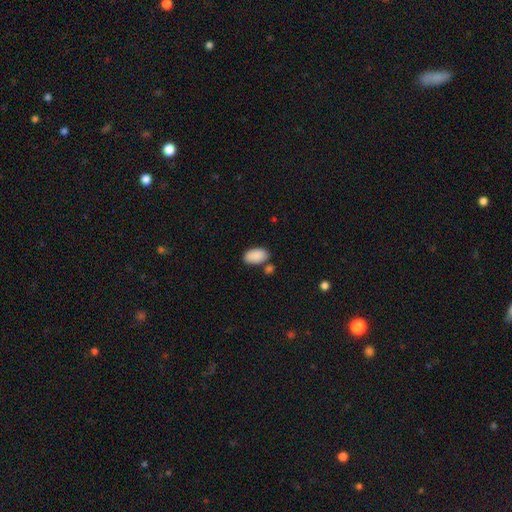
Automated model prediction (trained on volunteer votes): smooth_or_featured: smooth (p=0.89) [alt: star or artifact p=0.07]
how_rounded: in between (p=0.95) [alt: round p=0.04]
merging: none (p=0.70) [alt: minor disturbance p=0.14]